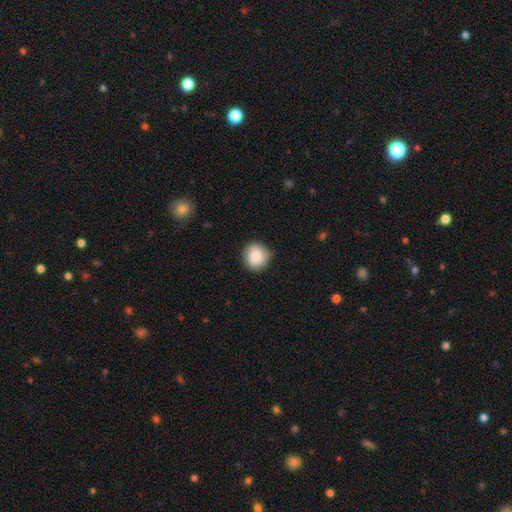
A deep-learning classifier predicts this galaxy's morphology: smooth 86%, star or artifact 8%, featured or disk 7%. Down the decision tree: how rounded — round (90%); merging — none (88%).